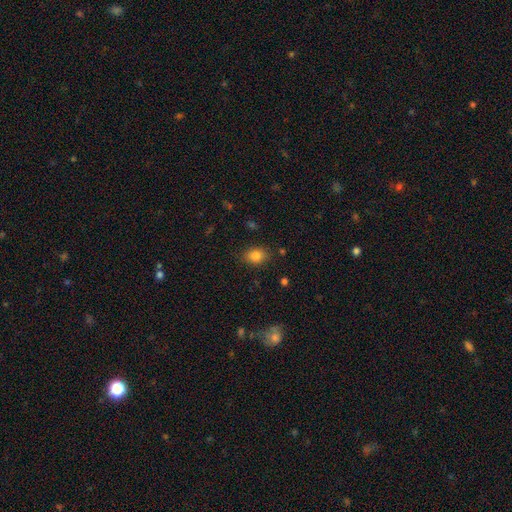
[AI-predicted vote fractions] Smooth or featured: smooth — 82% (star or artifact — 11%)
How rounded: in between — 62% (round — 37%)
Merging: none — 84% (minor disturbance — 11%)